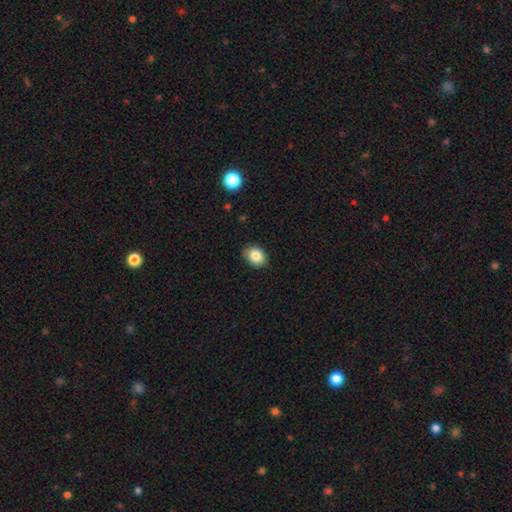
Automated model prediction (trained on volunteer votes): smooth 85%, star or artifact 9%, featured or disk 6%. Down the decision tree: how rounded — in between (56%); merging — none (82%).